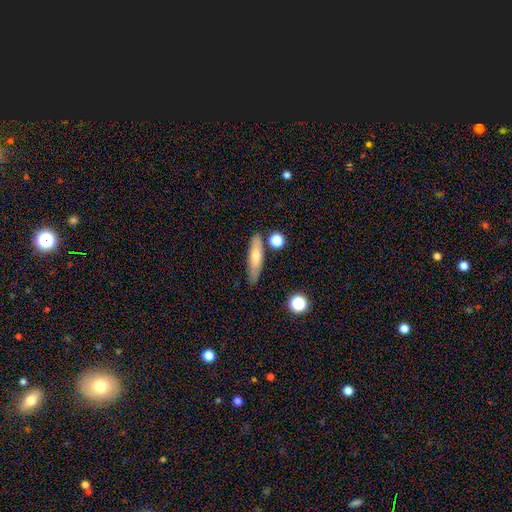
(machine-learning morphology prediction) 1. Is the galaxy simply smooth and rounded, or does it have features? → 58% smooth, 33% featured or disk, 8% star or artifact.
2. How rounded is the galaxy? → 75% cigar-shaped, 22% in between, 3% round.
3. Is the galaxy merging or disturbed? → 80% none, 12% minor disturbance, 5% merger, 3% major disturbance.